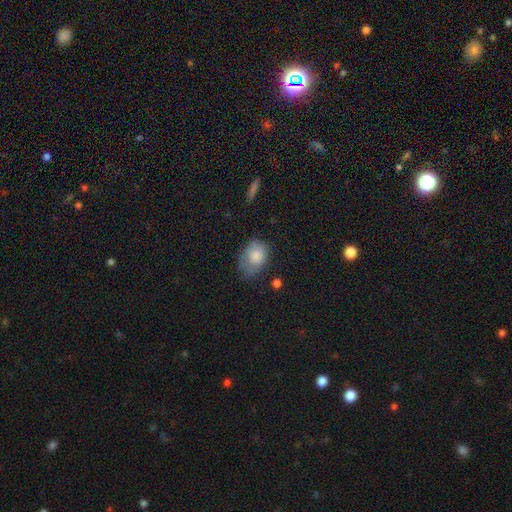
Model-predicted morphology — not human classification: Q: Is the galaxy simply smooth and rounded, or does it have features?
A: smooth — 78%.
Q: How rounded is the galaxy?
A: in between — 72%.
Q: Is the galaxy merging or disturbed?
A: none — 47%.